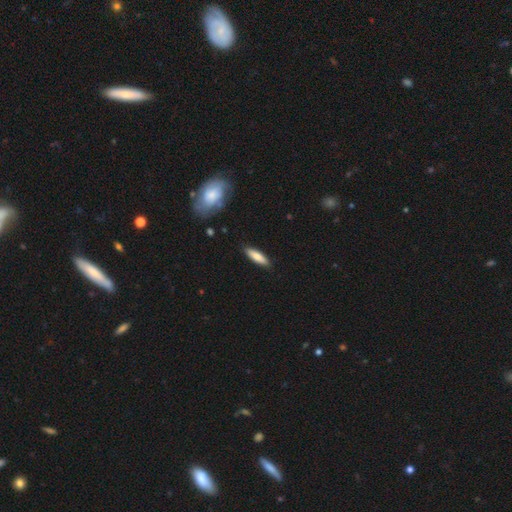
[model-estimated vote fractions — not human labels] Morphology: type=smooth (78%); roundness=cigar-shaped (62%); merging=none (88%).